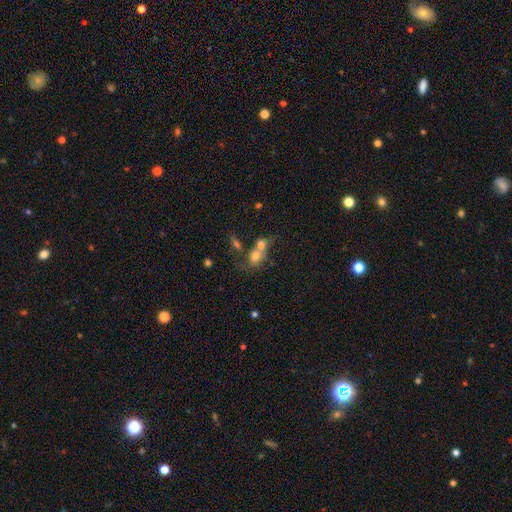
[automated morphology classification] A smooth galaxy with no disk features (68%) that is in between round and cigar-shaped (52%). Merging: merger (67%).